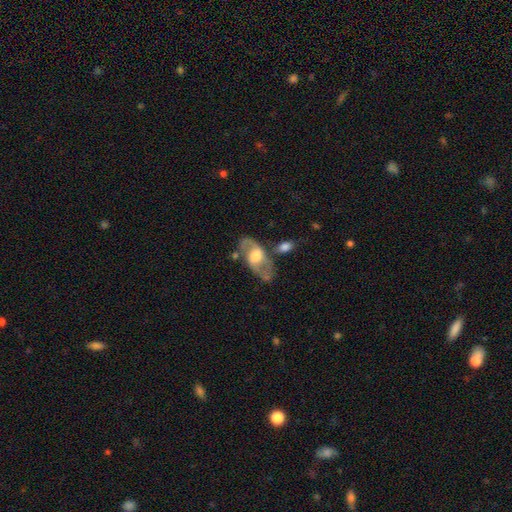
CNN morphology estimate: A featured or disk galaxy (65%) with no bar (49%), spiral arms (67%) and a moderate central bulge (47%). Merging: none (53%).